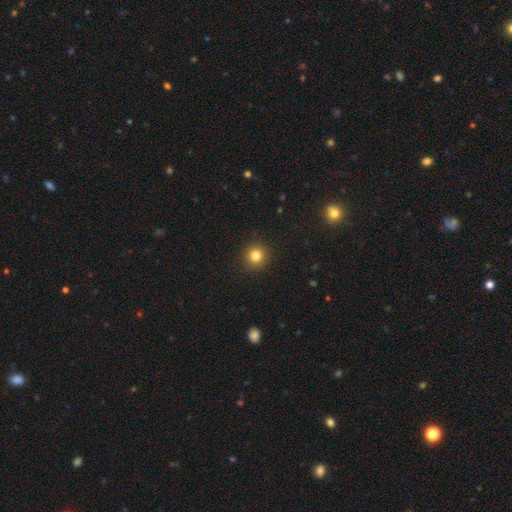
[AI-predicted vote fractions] A smooth galaxy with no disk features (82%) that is round (93%).

Vote fractions:
- Smooth or featured? smooth: 82% / star or artifact: 12% / featured or disk: 6%
- How rounded? round: 93% / in between: 6% / cigar-shaped: 1%
- Merging? none: 92% / minor disturbance: 5% / major disturbance: 2% / merger: 1%